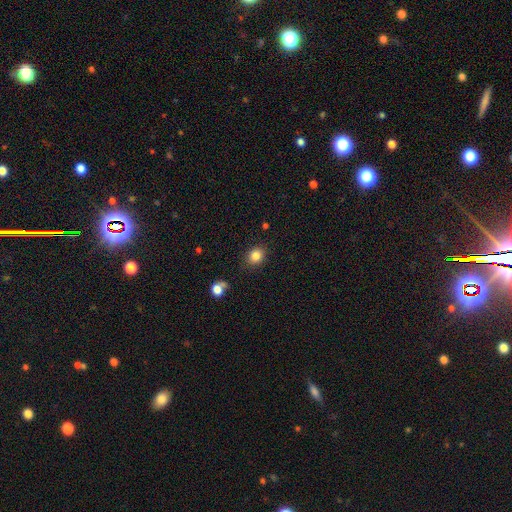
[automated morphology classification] Q: Smooth or featured?
A: smooth (83%); runner-up: star or artifact (11%)
Q: How rounded?
A: round (64%); runner-up: in between (35%)
Q: Merging?
A: none (84%); runner-up: minor disturbance (10%)